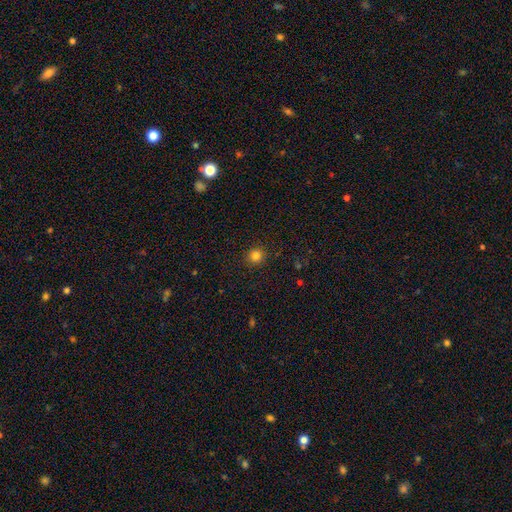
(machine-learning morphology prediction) Overall: smooth (82%). How rounded: round (89%). Merging: none (91%).